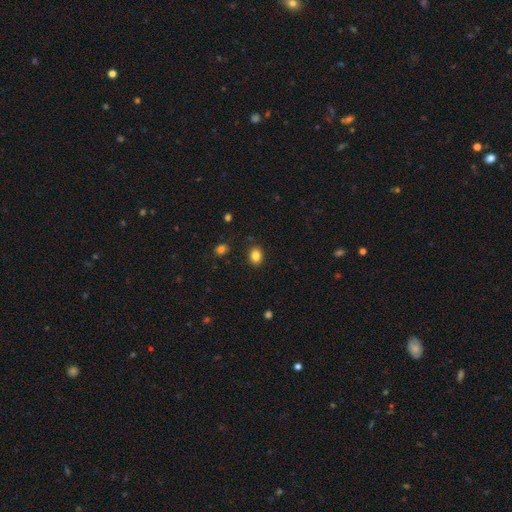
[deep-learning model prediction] A smooth galaxy with no disk features (85%) that is in between round and cigar-shaped (53%). Merging: none (88%).